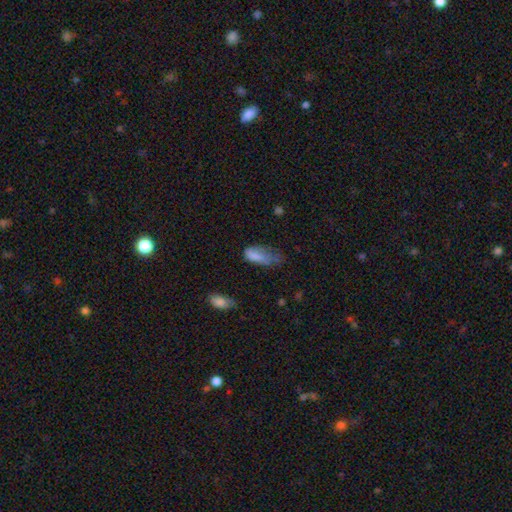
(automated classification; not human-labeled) Smooth or featured? smooth (76%)
How rounded? in between (83%)
Merging? minor disturbance (38%)